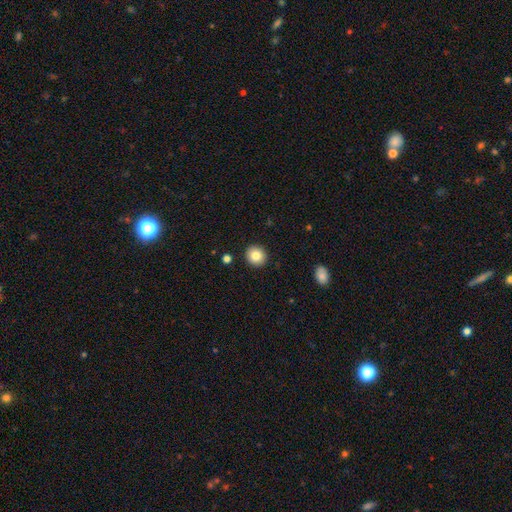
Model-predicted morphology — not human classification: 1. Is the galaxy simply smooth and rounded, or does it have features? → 83% smooth, 9% star or artifact, 8% featured or disk.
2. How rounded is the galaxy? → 88% round, 11% in between, 1% cigar-shaped.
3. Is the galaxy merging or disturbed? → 92% none, 5% minor disturbance, 2% major disturbance, 1% merger.